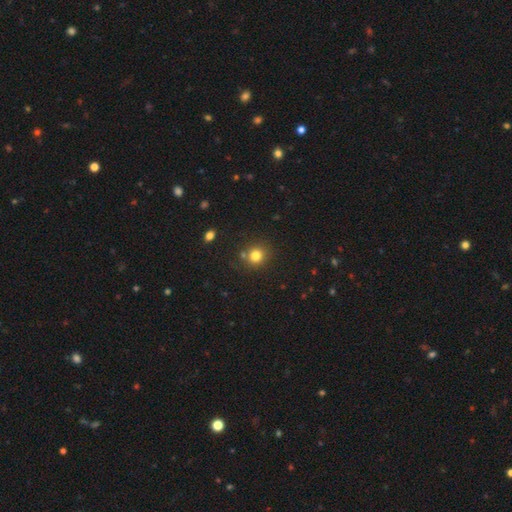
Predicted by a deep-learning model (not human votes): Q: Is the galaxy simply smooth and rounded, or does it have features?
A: smooth — 79%.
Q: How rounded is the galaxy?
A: round — 88%.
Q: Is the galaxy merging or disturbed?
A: none — 78%.